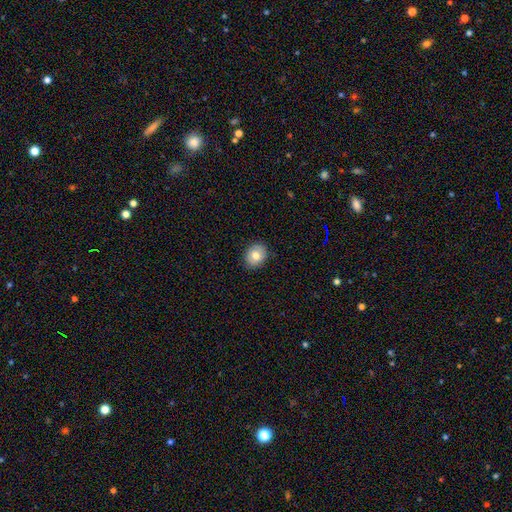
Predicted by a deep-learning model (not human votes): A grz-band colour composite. It shows a smooth galaxy with no disk features (75%) that is round (62%). Merging: none (88%).